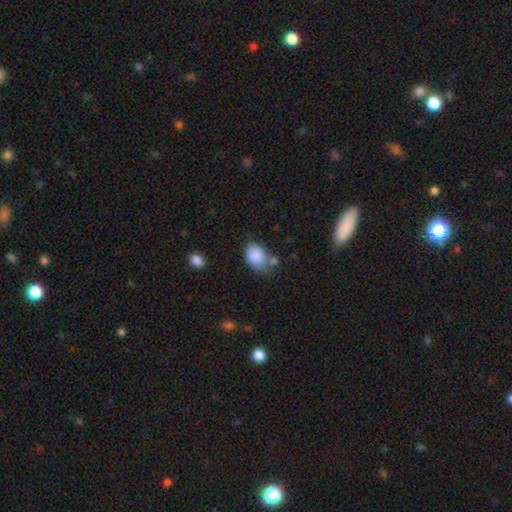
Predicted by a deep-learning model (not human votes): Q: Smooth or featured?
A: smooth (85%); runner-up: featured or disk (8%)
Q: How rounded?
A: in between (84%); runner-up: round (15%)
Q: Merging?
A: none (49%); runner-up: minor disturbance (31%)